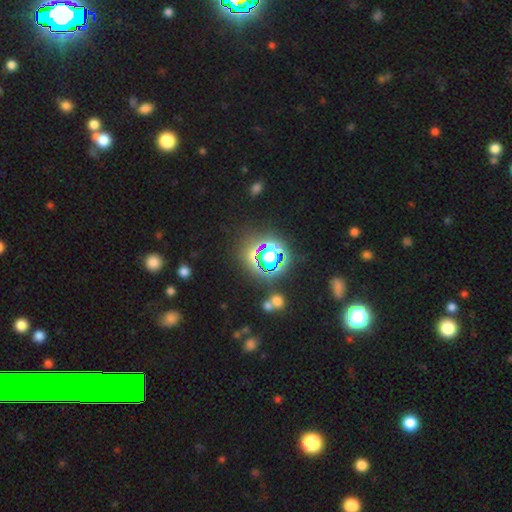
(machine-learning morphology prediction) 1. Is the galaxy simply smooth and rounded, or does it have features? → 66% star or artifact, 22% smooth, 12% featured or disk.